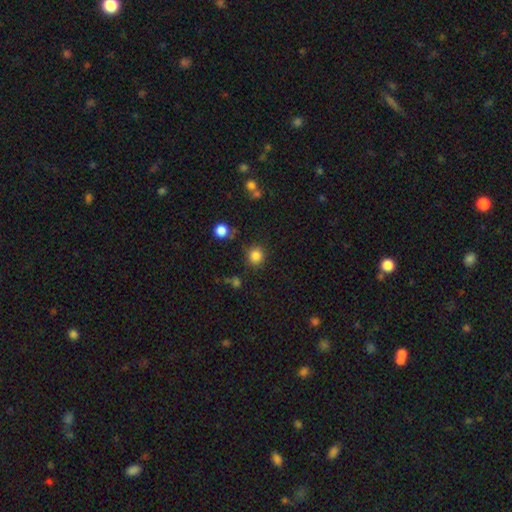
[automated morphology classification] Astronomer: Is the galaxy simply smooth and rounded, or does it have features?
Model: smooth — 84%.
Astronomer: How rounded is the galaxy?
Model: round — 91%.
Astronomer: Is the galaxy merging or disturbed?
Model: none — 84%.